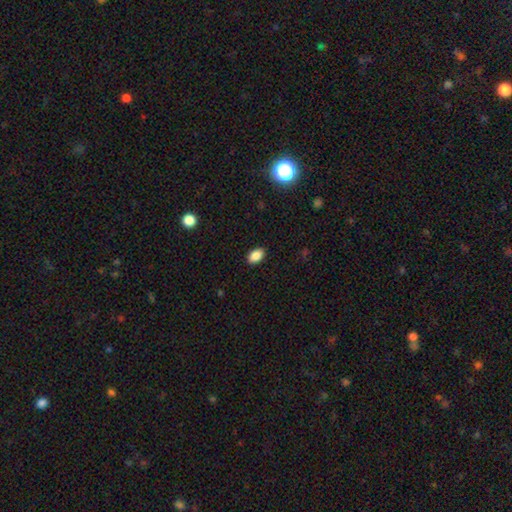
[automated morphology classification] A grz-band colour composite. It shows a smooth galaxy with no disk features (87%) that is in between round and cigar-shaped (89%). Merging: none (90%).